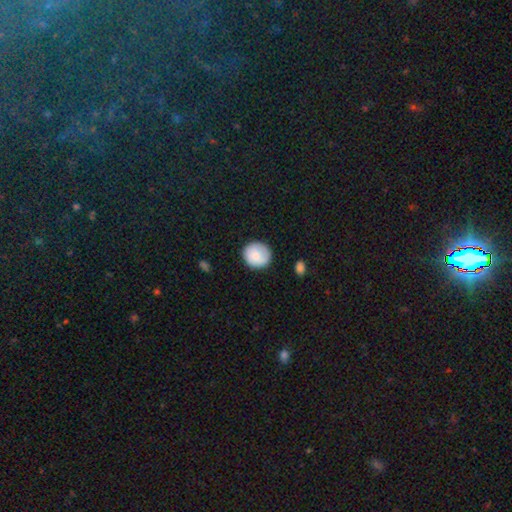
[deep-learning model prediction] smooth 82%, featured or disk 11%, star or artifact 6%. Down the decision tree: how rounded — round (90%); merging — none (84%).